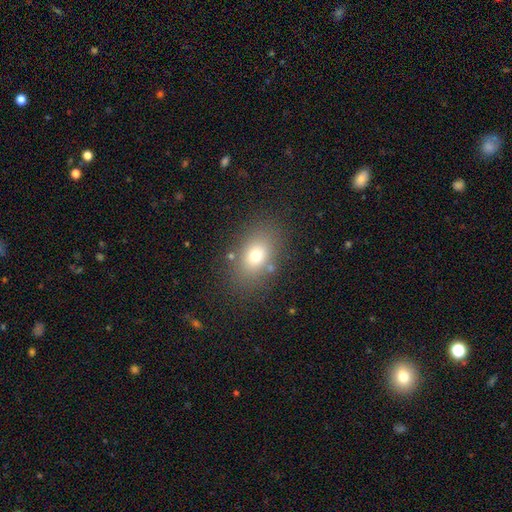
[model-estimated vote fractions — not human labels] smooth-or-featured: smooth: 72% | featured or disk: 15% | star or artifact: 13%
  how-rounded: in between: 76% | round: 22% | cigar-shaped: 2%
  merging: none: 81% | minor disturbance: 11% | major disturbance: 5% | merger: 4%